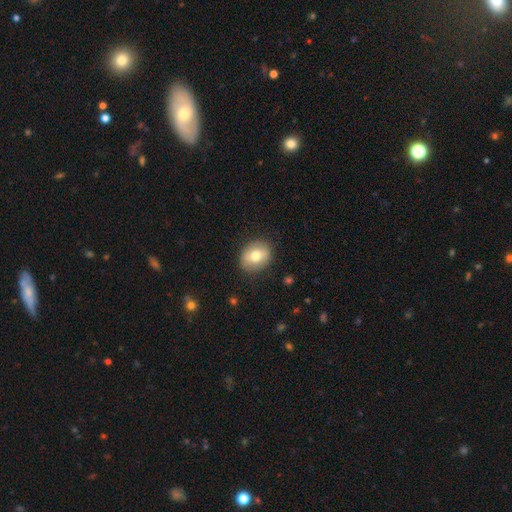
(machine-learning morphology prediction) type=smooth (72%); roundness=in between (49%, tied with round); merging=none (86%).